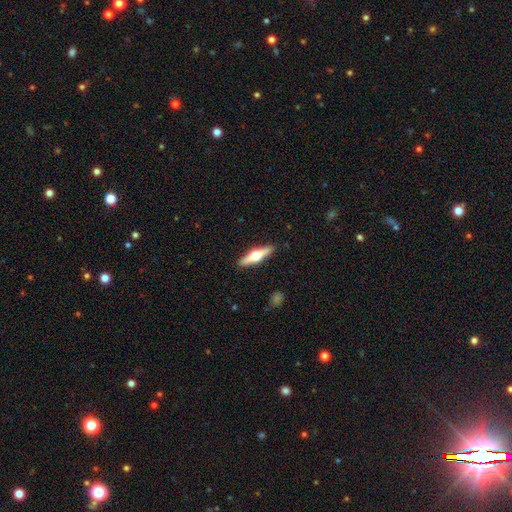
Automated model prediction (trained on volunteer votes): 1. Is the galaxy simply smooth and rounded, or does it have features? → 64% featured or disk, 31% smooth, 5% star or artifact.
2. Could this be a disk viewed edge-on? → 96% yes, 4% no.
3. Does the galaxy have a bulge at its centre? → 96% rounded, 3% boxy, 2% none.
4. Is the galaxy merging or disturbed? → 91% none, 6% minor disturbance, 1% major disturbance, 1% merger.